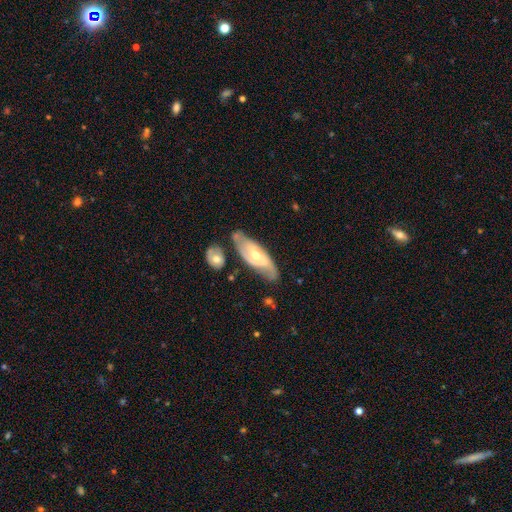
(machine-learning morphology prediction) Q: Smooth or featured?
A: featured or disk (71%); runner-up: smooth (23%)
Q: Edge-on disk?
A: no (83%); runner-up: yes (17%)
Q: Bar?
A: no (44%); runner-up: weak (40%)
Q: Spiral arms?
A: yes (82%); runner-up: no (18%)
Q: Bulge size?
A: moderate (57%); runner-up: small (39%)
Q: Merging?
A: none (61%); runner-up: minor disturbance (22%)